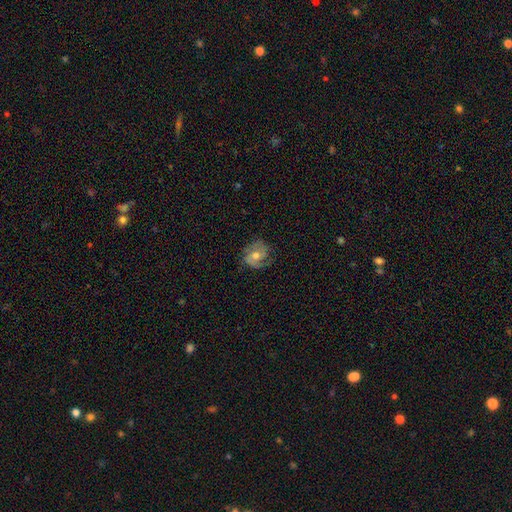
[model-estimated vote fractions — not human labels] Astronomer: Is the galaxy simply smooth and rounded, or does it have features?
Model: featured or disk — 69%.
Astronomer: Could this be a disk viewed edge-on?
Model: no — 97%.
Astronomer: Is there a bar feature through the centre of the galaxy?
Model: no — 62%.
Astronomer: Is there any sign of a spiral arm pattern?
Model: yes — 88%.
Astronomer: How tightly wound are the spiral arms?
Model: tight — 44% (runner-up: medium, 41%).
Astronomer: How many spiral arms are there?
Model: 2 — 54%.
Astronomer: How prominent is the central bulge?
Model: moderate — 71%.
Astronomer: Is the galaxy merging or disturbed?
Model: none — 70%.